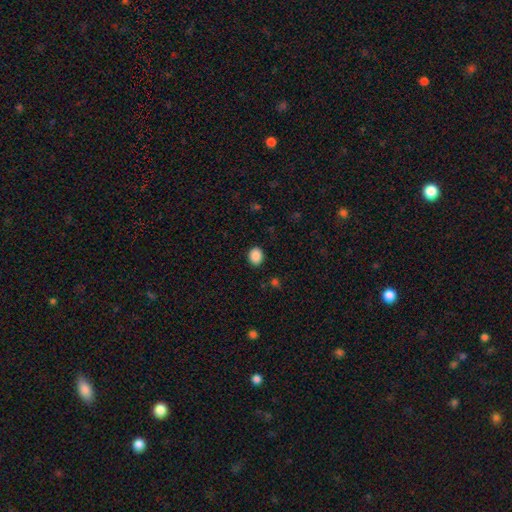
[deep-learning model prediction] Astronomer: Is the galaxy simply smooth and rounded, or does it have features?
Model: smooth — 89%.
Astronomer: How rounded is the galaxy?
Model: round — 53% (runner-up: in between, 46%).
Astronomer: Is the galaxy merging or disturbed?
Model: none — 89%.